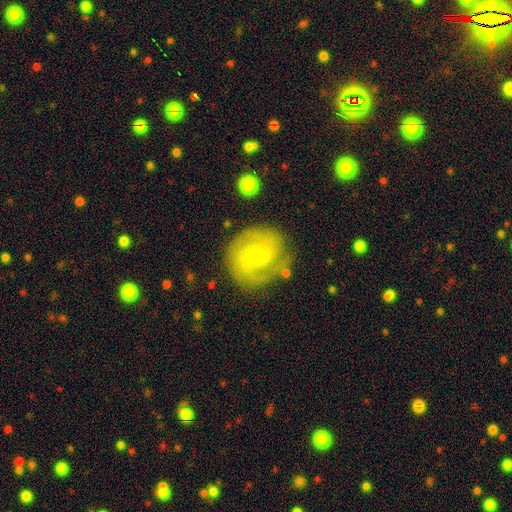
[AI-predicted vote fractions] Smooth or featured? featured or disk (80%)
Edge-on disk? no (98%)
Bar? no (49%)
Spiral arms? yes (94%)
Spiral winding? medium (43%, tied with tight)
Spiral arm count? 2 (66%)
Bulge size? small (79%)
Merging? none (79%)